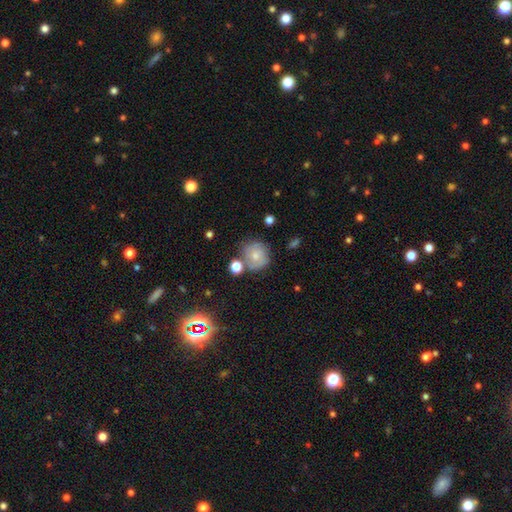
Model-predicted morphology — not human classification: This is likely a smooth galaxy (65%). How rounded: clearly round (88%). Merging: likely none (60%).